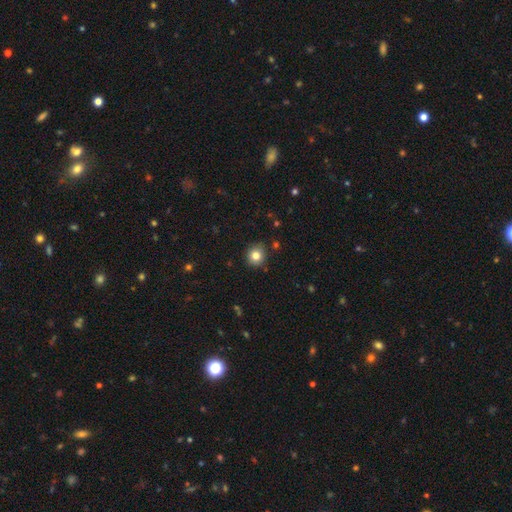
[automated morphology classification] Overall: smooth (82%). How rounded: round (89%). Merging: none (89%).